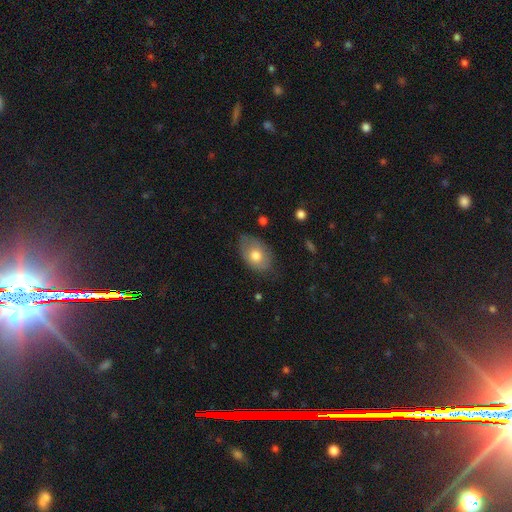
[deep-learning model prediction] Q: Smooth or featured?
A: smooth (73%); runner-up: featured or disk (20%)
Q: How rounded?
A: in between (87%); runner-up: round (12%)
Q: Merging?
A: none (68%); runner-up: minor disturbance (25%)